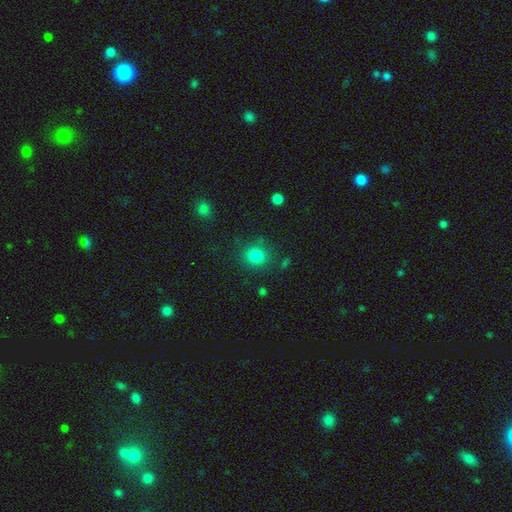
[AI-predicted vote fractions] Morphology: type=smooth (83%); roundness=round (82%); merging=none (81%).